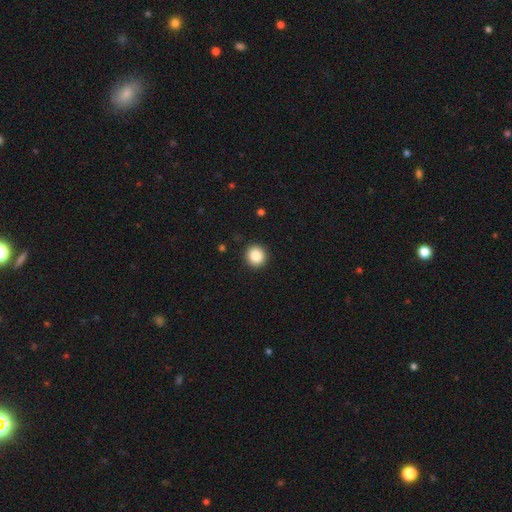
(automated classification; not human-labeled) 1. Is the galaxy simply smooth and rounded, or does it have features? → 87% smooth, 9% star or artifact, 4% featured or disk.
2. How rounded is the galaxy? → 93% round, 6% in between, 1% cigar-shaped.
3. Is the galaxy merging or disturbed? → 92% none, 5% minor disturbance, 2% major disturbance, 1% merger.